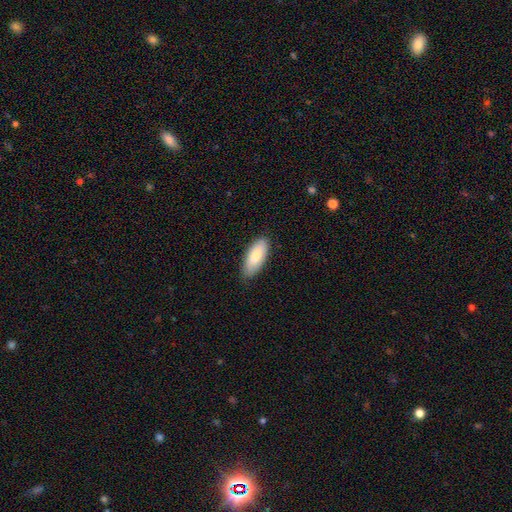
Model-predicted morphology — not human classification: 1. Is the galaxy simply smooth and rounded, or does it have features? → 78% smooth, 16% featured or disk, 6% star or artifact.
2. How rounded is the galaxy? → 83% in between, 15% cigar-shaped, 2% round.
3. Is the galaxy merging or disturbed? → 84% none, 13% minor disturbance, 2% major disturbance, 1% merger.